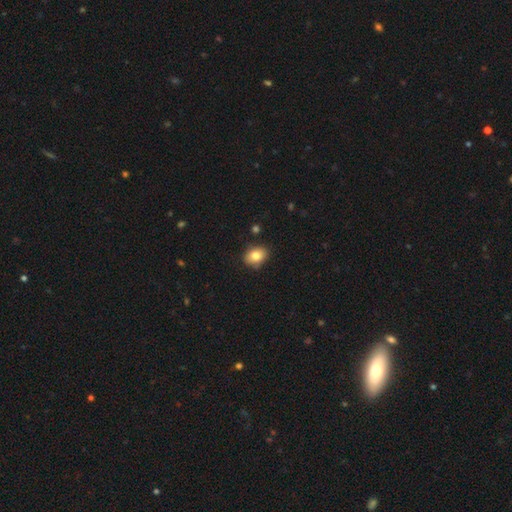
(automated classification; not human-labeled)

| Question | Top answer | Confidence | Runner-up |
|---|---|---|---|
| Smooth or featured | smooth | 81% | featured or disk (9%) |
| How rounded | in between | 64% | round (35%) |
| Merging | none | 81% | minor disturbance (14%) |